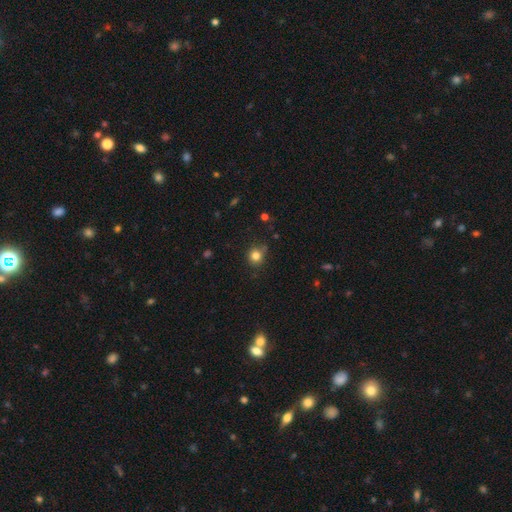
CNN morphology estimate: A smooth galaxy with no disk features (82%) that is round (87%).

Vote fractions:
- Smooth or featured? smooth: 82% / star or artifact: 13% / featured or disk: 5%
- How rounded? round: 87% / in between: 12% / cigar-shaped: 1%
- Merging? none: 76% / minor disturbance: 17% / major disturbance: 4% / merger: 3%